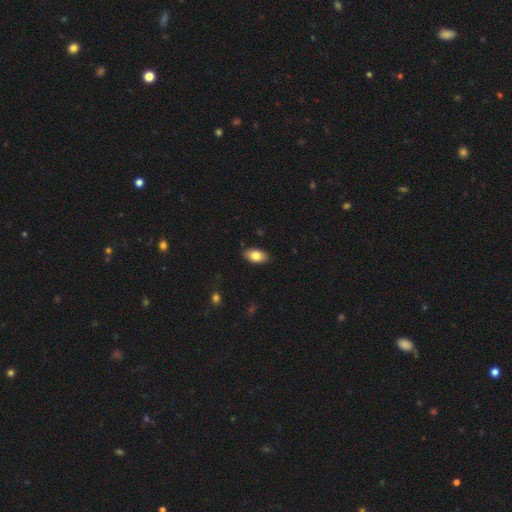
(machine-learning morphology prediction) Smooth or featured?
  - smooth: 81% *
  - featured or disk: 11%
  - star or artifact: 7%
How rounded?
  - in between: 92% *
  - round: 5%
  - cigar-shaped: 2%
Merging?
  - none: 87% *
  - minor disturbance: 10%
  - major disturbance: 2%
  - merger: 1%